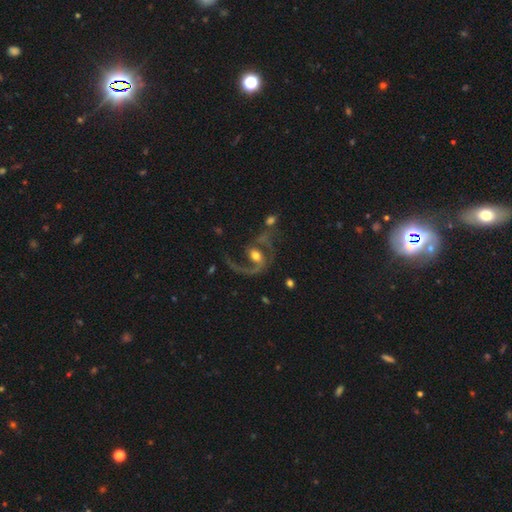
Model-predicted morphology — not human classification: type=featured or disk (85%); edge-on=no (98%); bar=weak (40%, tied with no); spiral arms=yes (94%); winding=loose (50%); arm count=2 (69%); bulge=moderate (66%); merging=none (48%).